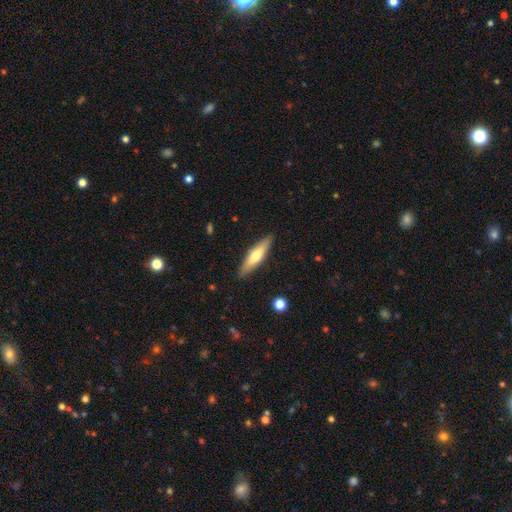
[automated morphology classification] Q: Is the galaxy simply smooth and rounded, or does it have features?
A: smooth — 56%.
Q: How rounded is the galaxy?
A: cigar-shaped — 76%.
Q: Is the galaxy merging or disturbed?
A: none — 89%.